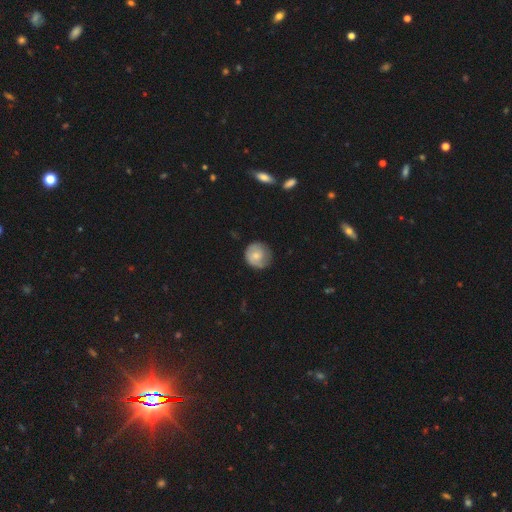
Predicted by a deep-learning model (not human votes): Morphology: type=smooth (65%); roundness=round (90%); merging=none (73%).